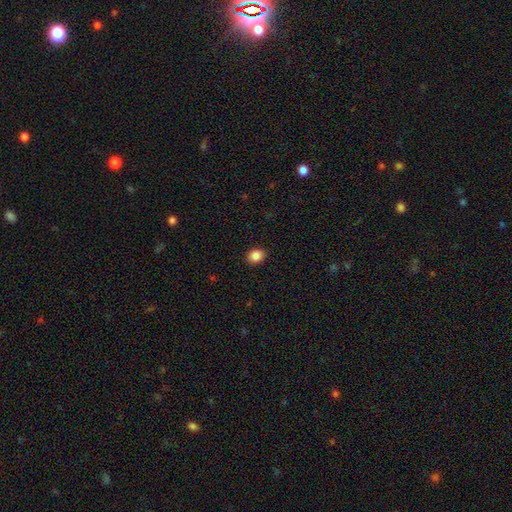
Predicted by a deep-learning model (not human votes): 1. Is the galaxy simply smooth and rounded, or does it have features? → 87% smooth, 9% star or artifact, 4% featured or disk.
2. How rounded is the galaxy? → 50% round, 49% in between, 1% cigar-shaped.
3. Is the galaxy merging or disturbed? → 90% none, 7% minor disturbance, 2% major disturbance, 1% merger.